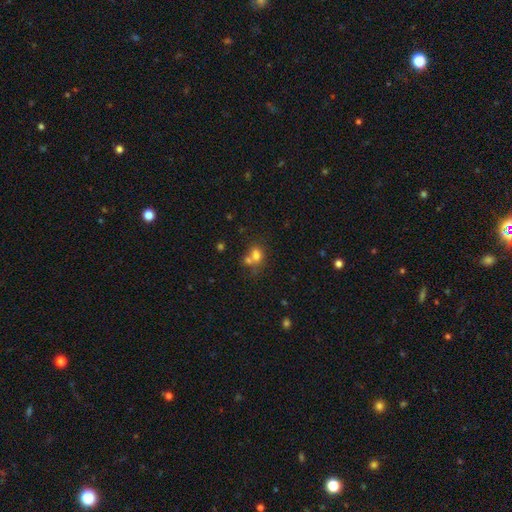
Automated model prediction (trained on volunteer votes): Smooth or featured? Predicted: smooth (p=0.71). How rounded? Predicted: in between (p=0.58). Merging? Predicted: merger (p=0.48).